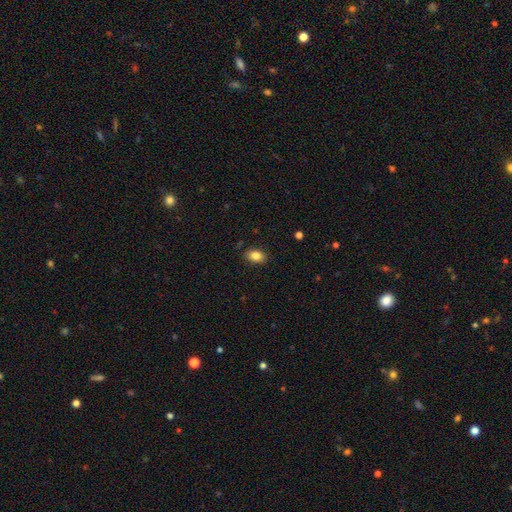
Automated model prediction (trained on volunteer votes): smooth-or-featured: smooth: 84% | star or artifact: 9% | featured or disk: 7%
  how-rounded: in between: 85% | round: 14% | cigar-shaped: 2%
  merging: none: 86% | minor disturbance: 11% | major disturbance: 2% | merger: 1%